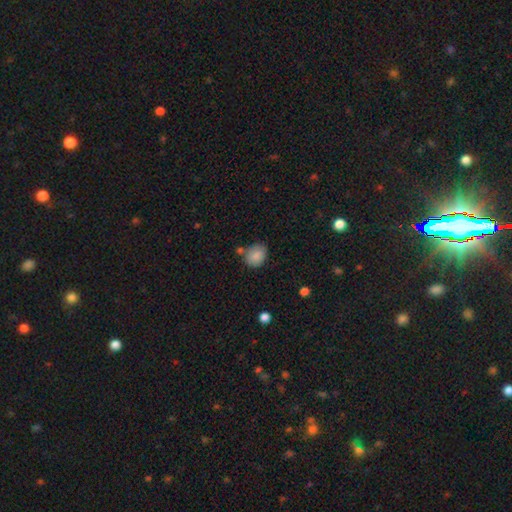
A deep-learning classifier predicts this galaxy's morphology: smooth_or_featured: smooth (p=0.87) [alt: star or artifact p=0.08]
how_rounded: round (p=0.57) [alt: in between p=0.42]
merging: none (p=0.67) [alt: minor disturbance p=0.18]